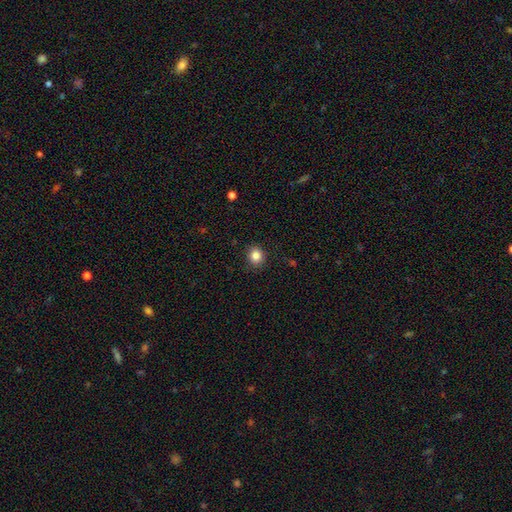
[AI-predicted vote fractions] Overall: smooth (84%). How rounded: round (79%). Merging: none (89%).